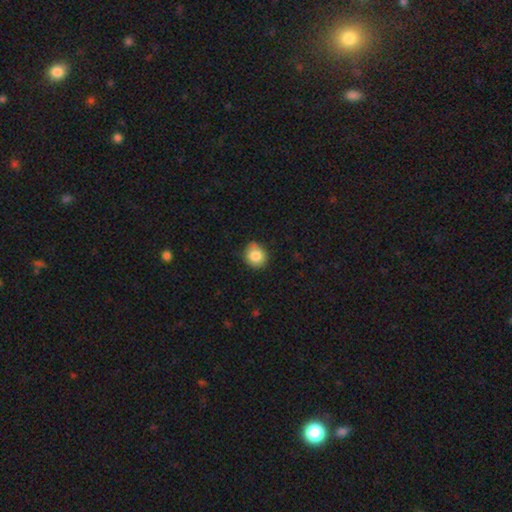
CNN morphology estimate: Smooth or featured? Predicted: smooth (p=0.84). How rounded? Predicted: round (p=0.78). Merging? Predicted: none (p=0.82).